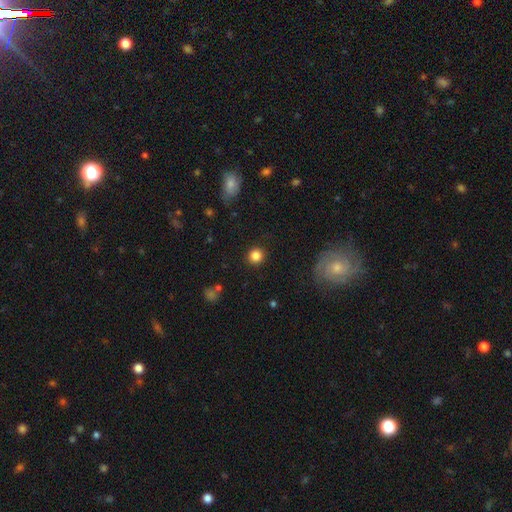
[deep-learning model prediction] Morphology: type=smooth (84%); roundness=round (93%); merging=none (90%).